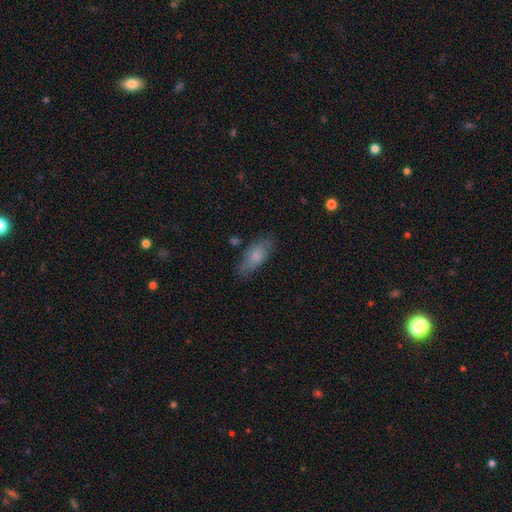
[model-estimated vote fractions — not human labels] Smooth or featured? smooth (75%)
How rounded? in between (76%)
Merging? none (74%)